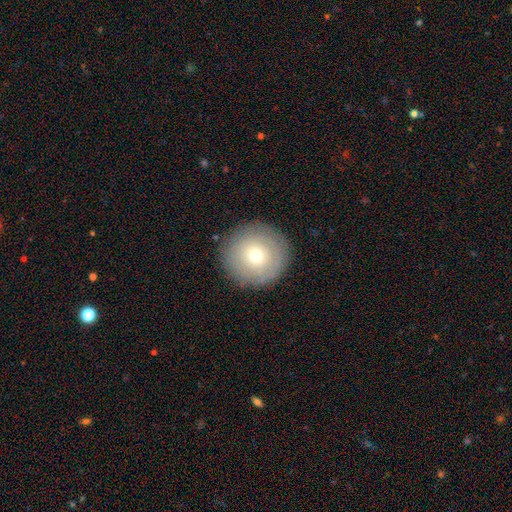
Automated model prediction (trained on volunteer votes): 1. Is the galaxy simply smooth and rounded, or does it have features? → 66% smooth, 25% featured or disk, 10% star or artifact.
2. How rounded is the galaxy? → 94% round, 5% in between, 1% cigar-shaped.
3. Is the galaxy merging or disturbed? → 89% none, 8% minor disturbance, 3% major disturbance, 1% merger.